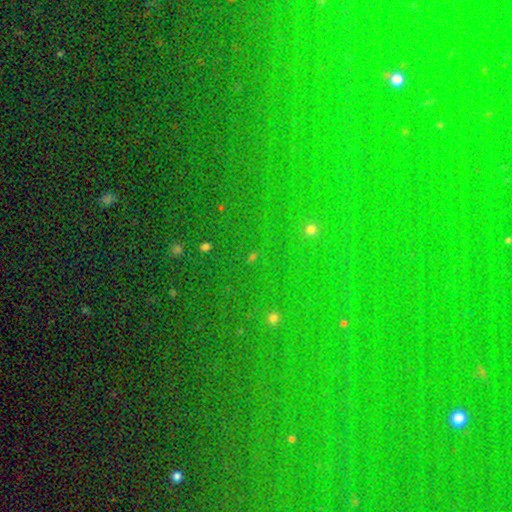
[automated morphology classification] Smooth or featured? Predicted: star or artifact (p=0.81).